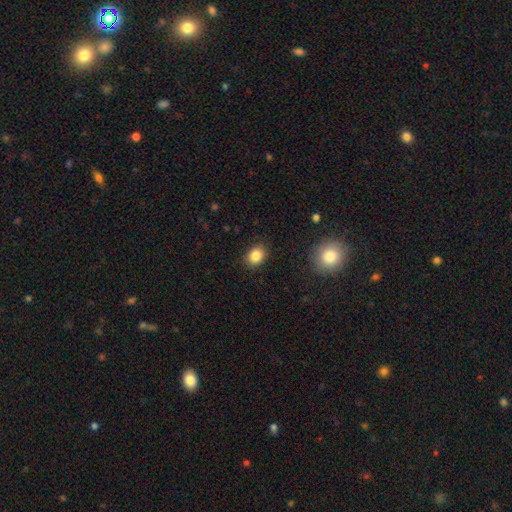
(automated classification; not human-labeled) This is clearly a smooth galaxy (85%). How rounded: possibly round (52%). Merging: clearly none (87%).